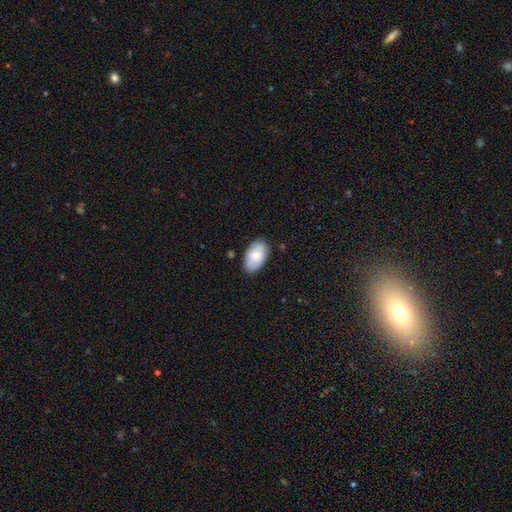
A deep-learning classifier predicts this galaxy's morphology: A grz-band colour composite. It shows a smooth galaxy with no disk features (76%) that is in between round and cigar-shaped (94%). Merging: none (79%).